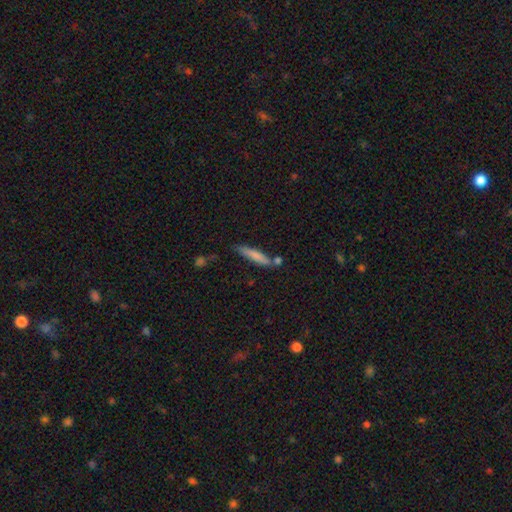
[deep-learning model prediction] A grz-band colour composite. It shows a smooth galaxy with no disk features (76%) that is cigar-shaped (87%). Merging: none (68%).